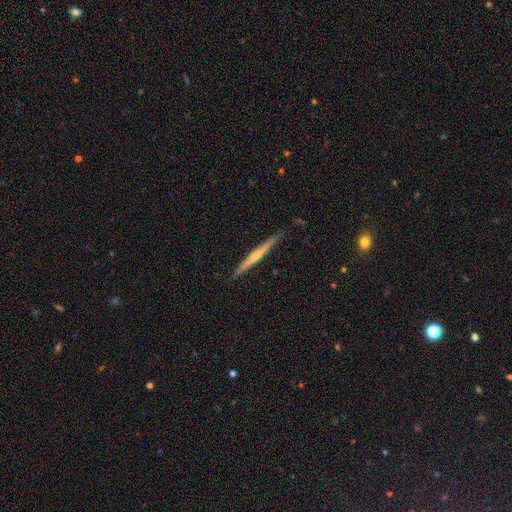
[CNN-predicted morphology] Overall: featured or disk (62%; smooth 33%). Edge-on disk: yes (97%). Edge-on bulge: rounded (52%; none 42%). Merging: none (87%).